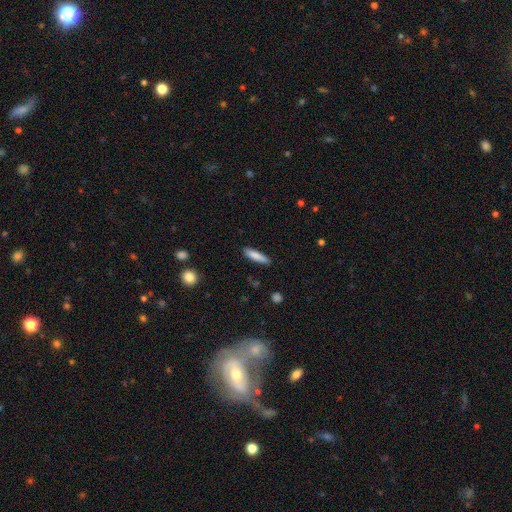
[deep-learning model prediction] Overall: smooth (83%). How rounded: cigar-shaped (79%). Merging: none (85%).